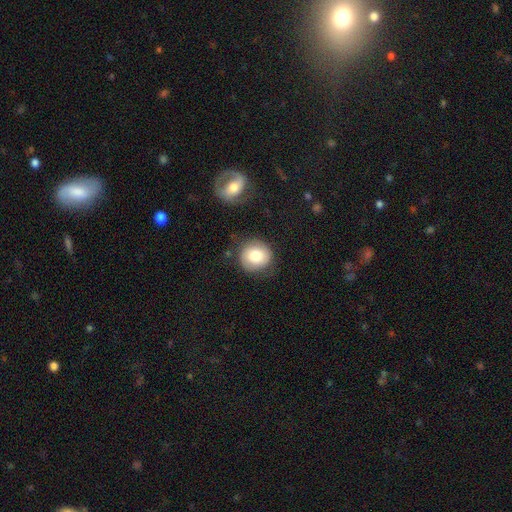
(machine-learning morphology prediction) smooth 75%, featured or disk 17%, star or artifact 8%. Down the decision tree: how rounded — round (88%); merging — none (79%).